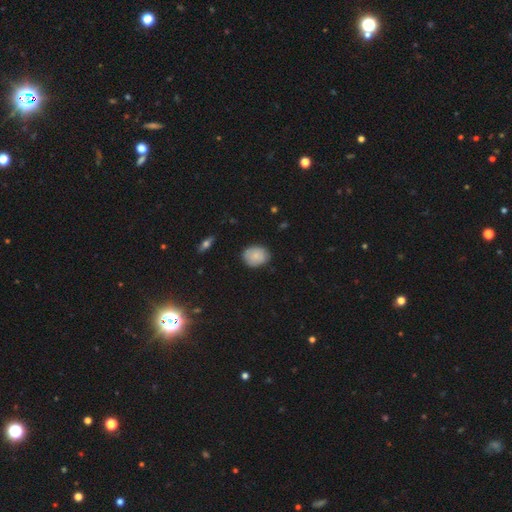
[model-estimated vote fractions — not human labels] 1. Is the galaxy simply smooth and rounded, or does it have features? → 81% smooth, 11% featured or disk, 8% star or artifact.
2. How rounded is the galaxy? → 51% round, 48% in between, 1% cigar-shaped.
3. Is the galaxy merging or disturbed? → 81% none, 15% minor disturbance, 3% major disturbance, 1% merger.